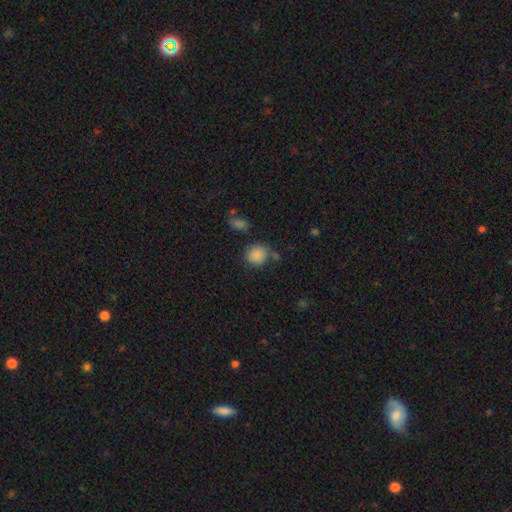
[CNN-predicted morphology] This appears to be a smooth galaxy with no disk features (85%) that is round (78%). Merging: none (66%).